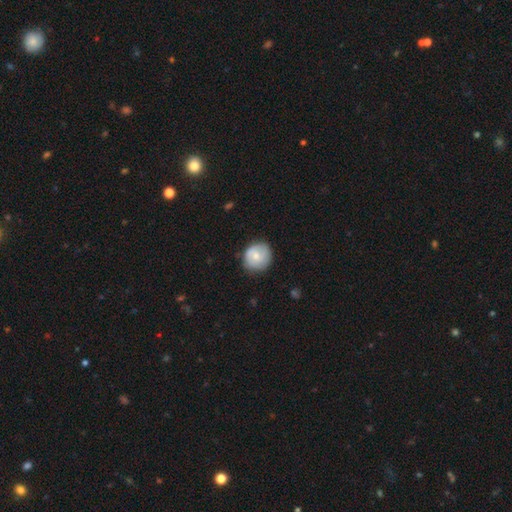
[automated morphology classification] smooth_or_featured: smooth (p=0.64) [alt: featured or disk p=0.29]
how_rounded: round (p=0.85) [alt: in between p=0.14]
merging: none (p=0.76) [alt: minor disturbance p=0.19]